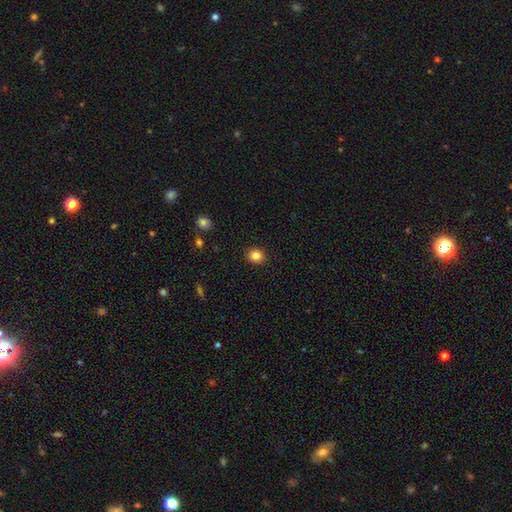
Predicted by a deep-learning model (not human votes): Overall: smooth (84%). How rounded: round (73%). Merging: none (91%).